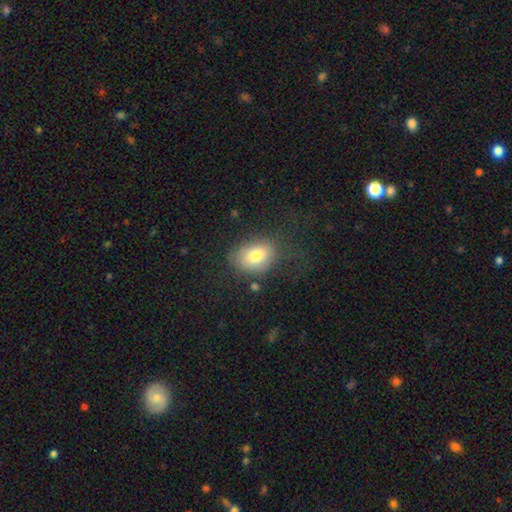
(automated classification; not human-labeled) Smooth or featured? Predicted: smooth (p=0.78). How rounded? Predicted: in between (p=0.77). Merging? Predicted: none (p=0.61).